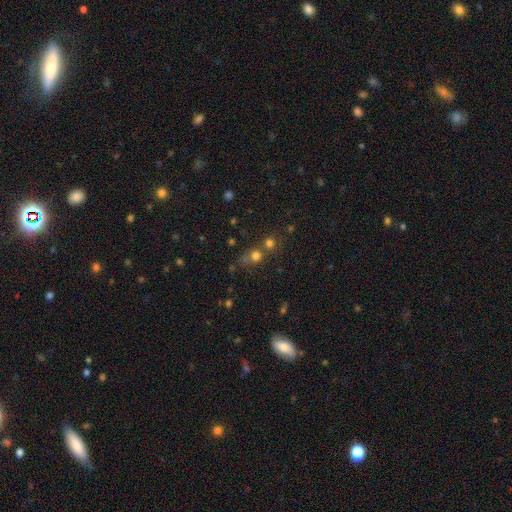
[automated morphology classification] The model was most divided on "merging": none: 48%, merger: 37%, minor disturbance: 9%, major disturbance: 6%. More confident: how rounded — round (84%); smooth or featured — smooth (69%).